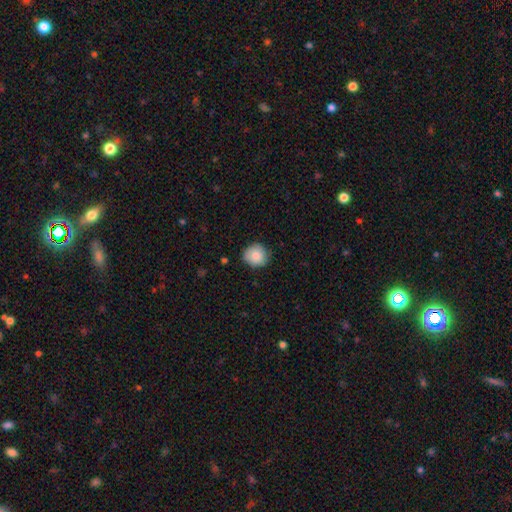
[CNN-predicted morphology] Smooth or featured: smooth — 84% (featured or disk — 8%)
How rounded: round — 86% (in between — 13%)
Merging: none — 79% (minor disturbance — 17%)